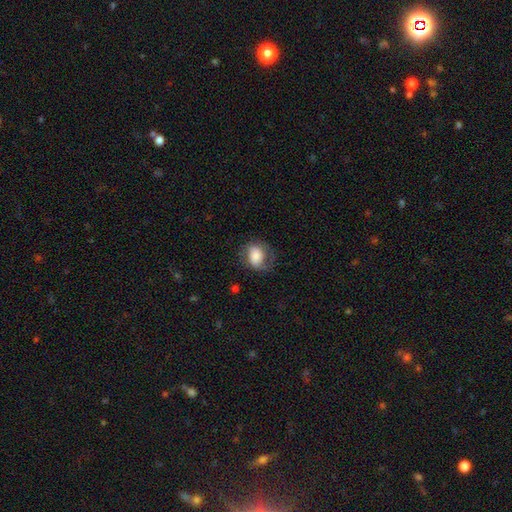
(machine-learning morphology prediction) The model was most divided on "how rounded": in between: 61%, round: 38%, cigar-shaped: 1%. More confident: smooth or featured — smooth (64%); merging — none (56%).